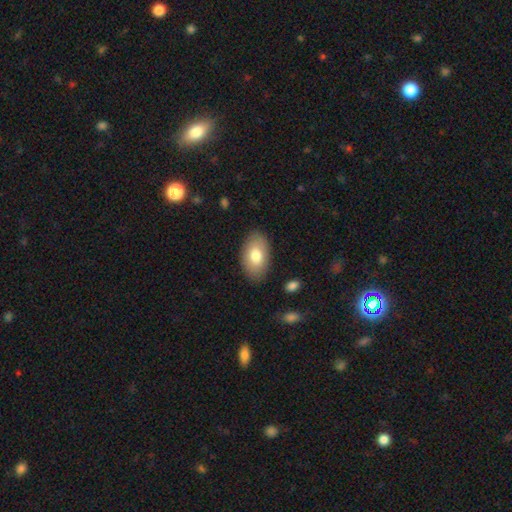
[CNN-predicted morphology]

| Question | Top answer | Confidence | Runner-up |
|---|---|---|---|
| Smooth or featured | smooth | 77% | featured or disk (17%) |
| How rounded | in between | 93% | round (6%) |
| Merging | none | 85% | minor disturbance (11%) |